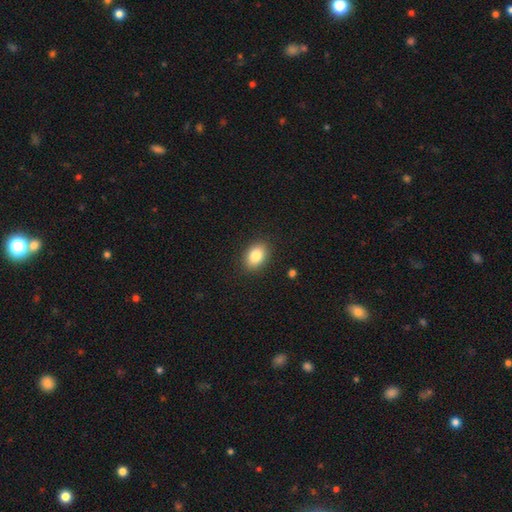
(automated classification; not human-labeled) Q: Smooth or featured?
A: smooth (84%); runner-up: star or artifact (8%)
Q: How rounded?
A: in between (79%); runner-up: round (19%)
Q: Merging?
A: none (89%); runner-up: minor disturbance (8%)